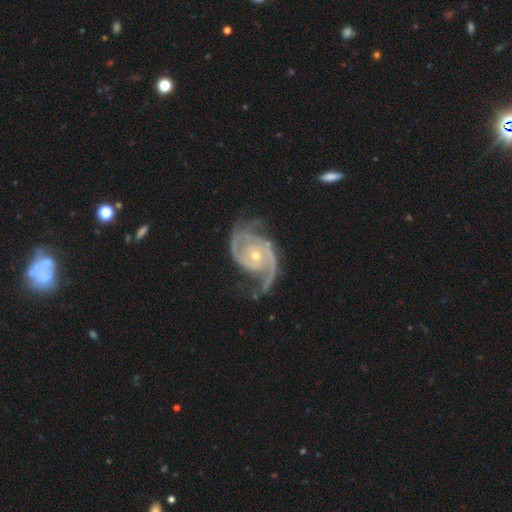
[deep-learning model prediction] The model was most divided on "spiral winding": medium: 48%, tight: 37%, loose: 14%. More confident: spiral arms — yes (98%); edge-on disk — no (98%); smooth or featured — featured or disk (92%); spiral arm count — 2 (75%); bar — no (66%); bulge size — small (61%); merging — none (58%).